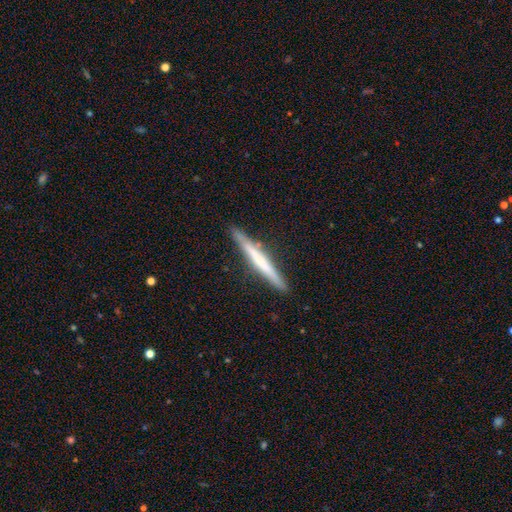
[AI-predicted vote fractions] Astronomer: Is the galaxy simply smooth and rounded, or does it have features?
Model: featured or disk — 53% (runner-up: smooth, 41%).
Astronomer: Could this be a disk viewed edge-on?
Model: yes — 97%.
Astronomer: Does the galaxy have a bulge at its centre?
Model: none — 70%.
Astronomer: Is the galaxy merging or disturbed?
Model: none — 90%.